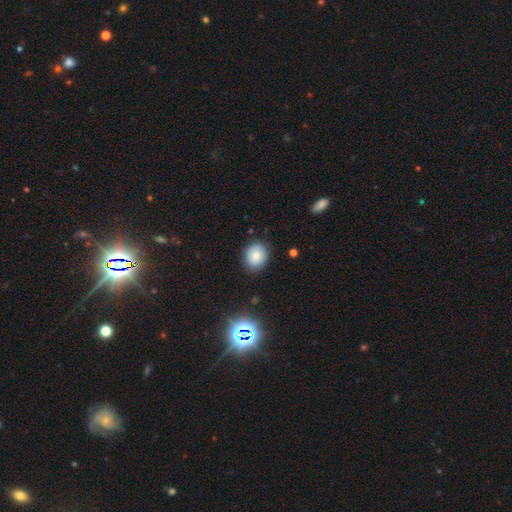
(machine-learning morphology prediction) This appears to be a smooth galaxy with no disk features (81%) that is round (65%). Merging: none (85%).